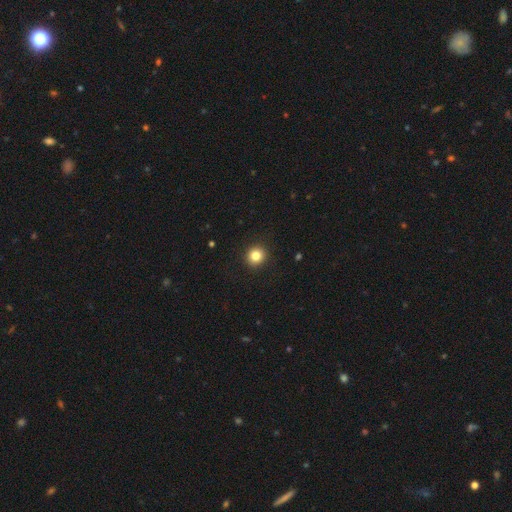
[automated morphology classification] Overall: smooth (84%). How rounded: round (91%). Merging: none (92%).